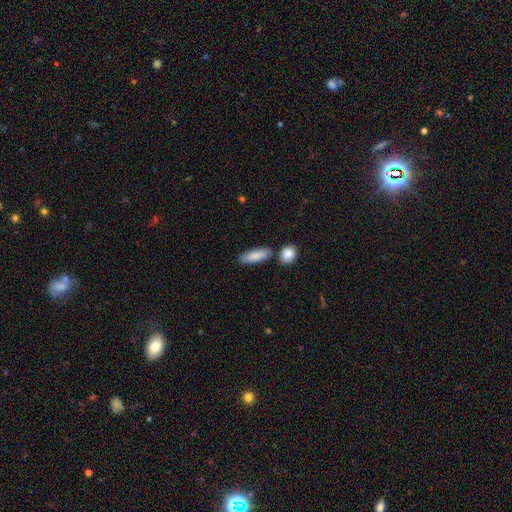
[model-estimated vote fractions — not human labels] Smooth or featured?
  - smooth: 85% *
  - featured or disk: 10%
  - star or artifact: 6%
How rounded?
  - in between: 63% *
  - cigar-shaped: 34%
  - round: 3%
Merging?
  - none: 74% *
  - minor disturbance: 12%
  - merger: 11%
  - major disturbance: 3%